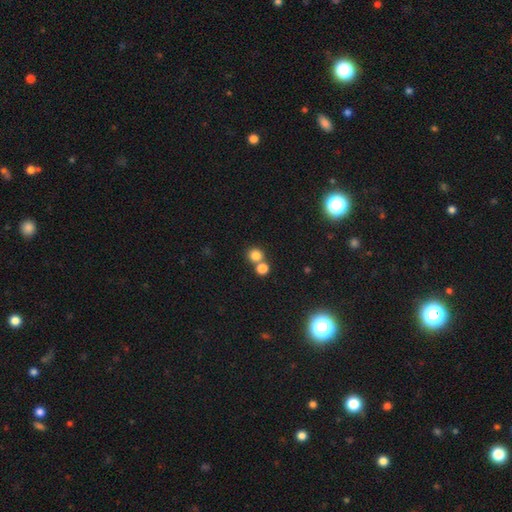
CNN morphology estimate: smooth-or-featured: smooth: 81% | star or artifact: 12% | featured or disk: 6%
  how-rounded: round: 88% | in between: 11% | cigar-shaped: 1%
  merging: none: 55% | merger: 37% | minor disturbance: 6% | major disturbance: 2%